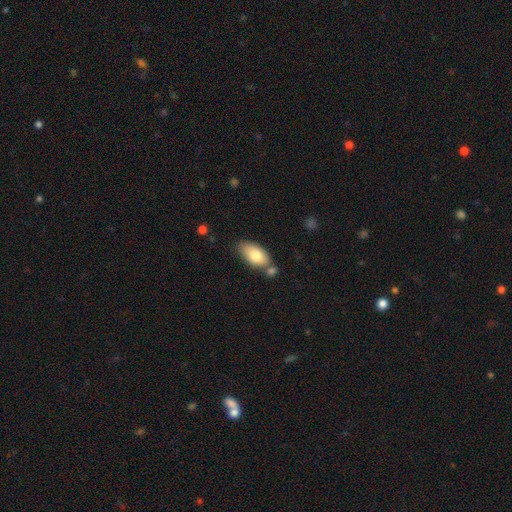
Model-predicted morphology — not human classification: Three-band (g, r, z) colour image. It shows a smooth galaxy with no disk features (78%) that is in between round and cigar-shaped (93%). Merging: none (60%).